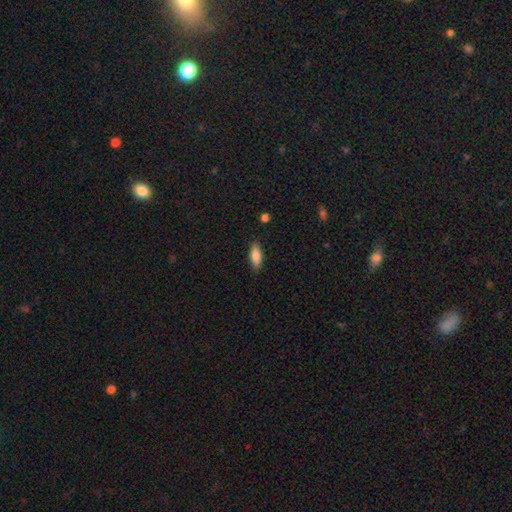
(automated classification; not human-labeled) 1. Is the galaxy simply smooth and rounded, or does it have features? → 83% smooth, 10% featured or disk, 7% star or artifact.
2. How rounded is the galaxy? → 72% in between, 26% cigar-shaped, 2% round.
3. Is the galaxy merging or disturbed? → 86% none, 11% minor disturbance, 2% major disturbance, 1% merger.